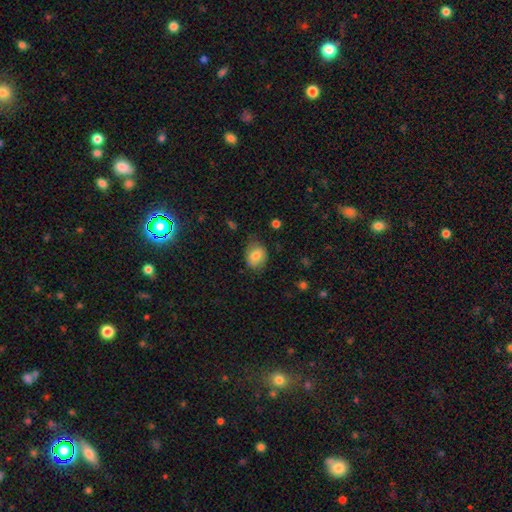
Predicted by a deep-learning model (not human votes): Smooth or featured: smooth — 76% (featured or disk — 15%)
How rounded: in between — 50% (round — 49%)
Merging: none — 71% (minor disturbance — 22%)